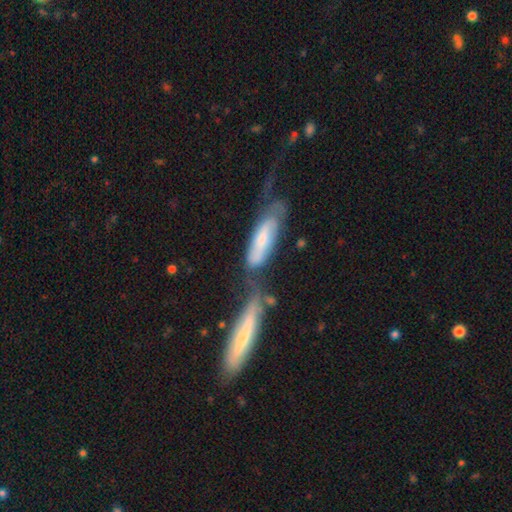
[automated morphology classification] type=smooth (56%); roundness=cigar-shaped (57%); merging=none (40%).